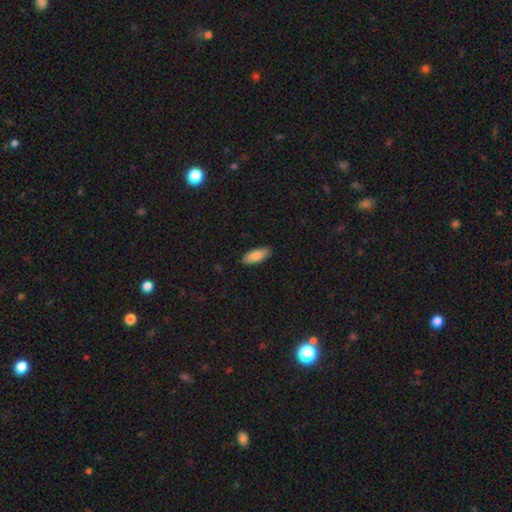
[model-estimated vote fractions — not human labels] Smooth or featured: smooth — 86% (featured or disk — 8%)
How rounded: in between — 79% (cigar-shaped — 19%)
Merging: none — 88% (minor disturbance — 9%)